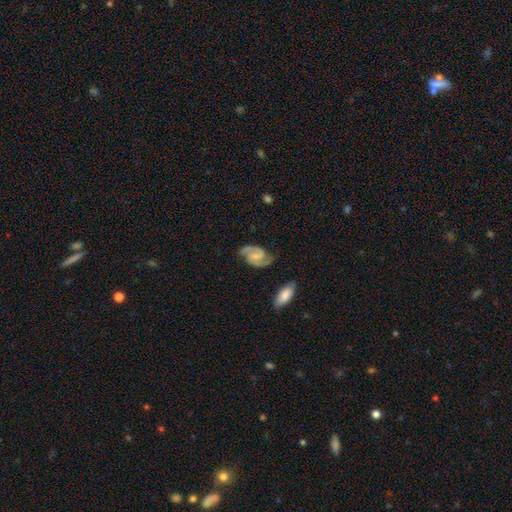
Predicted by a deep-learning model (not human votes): featured or disk 89%, smooth 7%, star or artifact 5%. Down the decision tree: edge-on disk — no (98%); bar — weak (47%); spiral arms — yes (98%); spiral arm count — 2 (94%); spiral winding — medium (58%); bulge size — small (38%, tied with none); merging — none (78%).